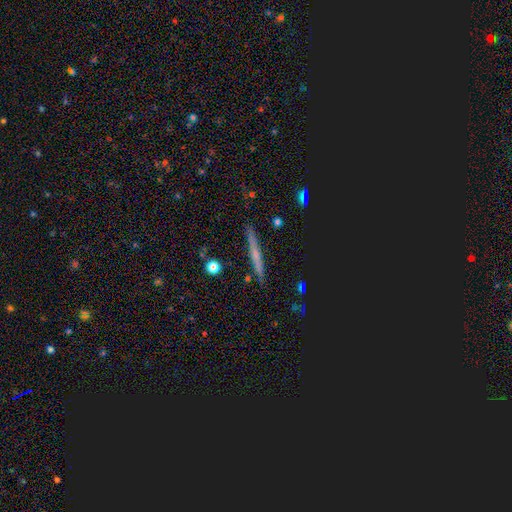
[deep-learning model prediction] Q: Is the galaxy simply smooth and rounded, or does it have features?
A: featured or disk — 50%.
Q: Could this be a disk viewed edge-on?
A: yes — 96%.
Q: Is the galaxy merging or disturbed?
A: none — 90%.